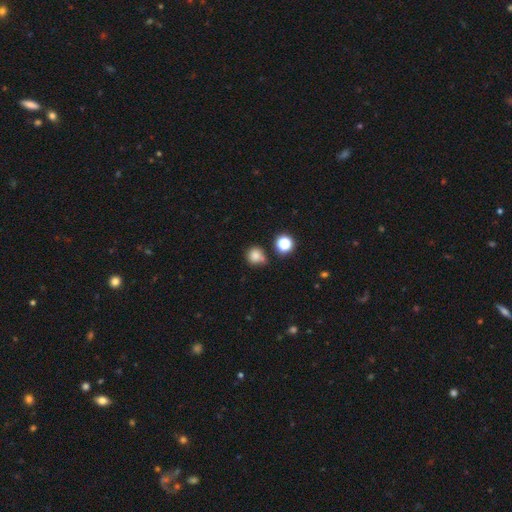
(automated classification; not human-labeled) Q: Smooth or featured?
A: smooth (80%); runner-up: star or artifact (14%)
Q: How rounded?
A: round (85%); runner-up: in between (14%)
Q: Merging?
A: none (59%); runner-up: minor disturbance (21%)